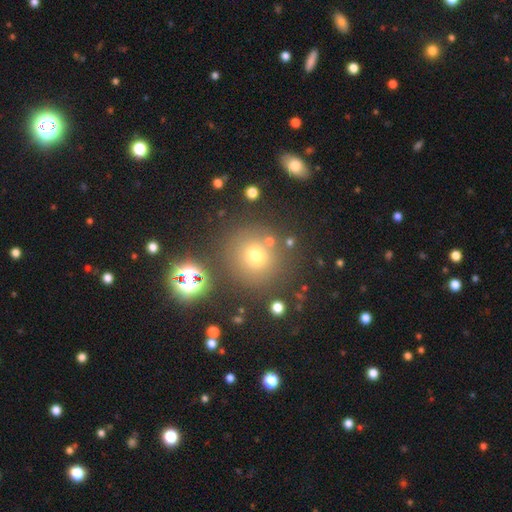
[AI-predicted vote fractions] Q: Smooth or featured?
A: smooth (67%); runner-up: star or artifact (22%)
Q: How rounded?
A: round (92%); runner-up: in between (7%)
Q: Merging?
A: none (81%); runner-up: minor disturbance (9%)